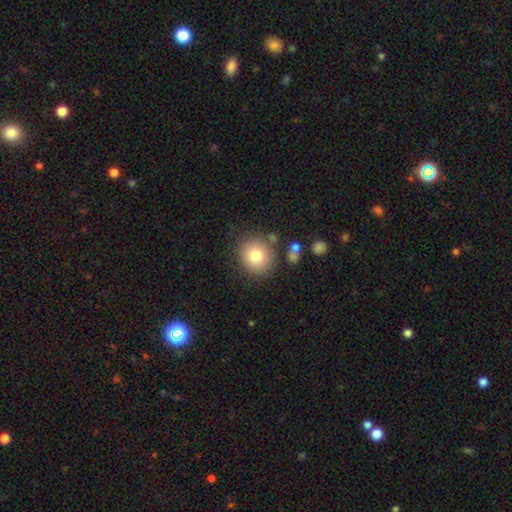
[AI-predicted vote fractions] Q: Smooth or featured?
A: smooth (79%); runner-up: featured or disk (11%)
Q: How rounded?
A: round (86%); runner-up: in between (13%)
Q: Merging?
A: none (80%); runner-up: minor disturbance (11%)